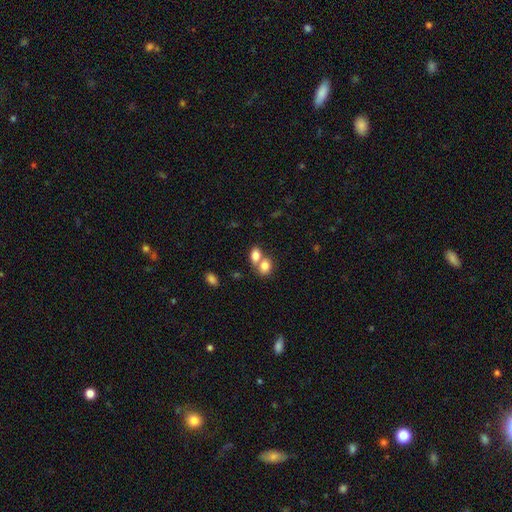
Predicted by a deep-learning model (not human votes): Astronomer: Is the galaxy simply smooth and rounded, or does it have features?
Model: smooth — 80%.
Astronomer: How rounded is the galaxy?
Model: in between — 71%.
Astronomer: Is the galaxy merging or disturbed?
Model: merger — 61%.